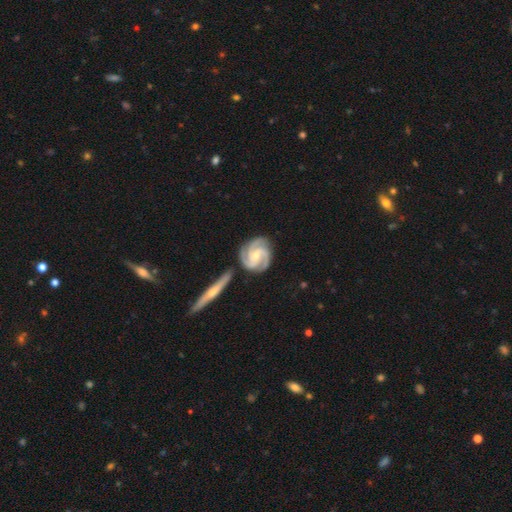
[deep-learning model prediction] Morphology: type=featured or disk (92%); edge-on=no (98%); bar=no (53%); spiral arms=yes (99%); winding=tight (61%); arm count=3 (62%); bulge=small (58%); merging=none (77%).